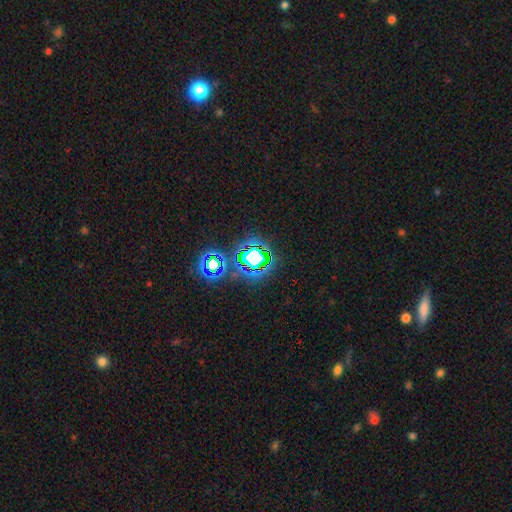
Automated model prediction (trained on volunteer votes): This appears to be a star or artifact, not a galaxy (71%).